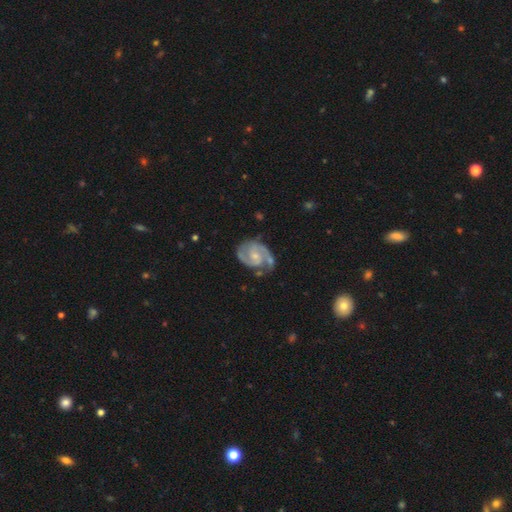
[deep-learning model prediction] featured or disk 88%, smooth 8%, star or artifact 5%. Down the decision tree: edge-on disk — no (98%); bar — no (49%); spiral arms — yes (97%); spiral arm count — 2 (86%); spiral winding — medium (51%); bulge size — small (60%); merging — none (62%).